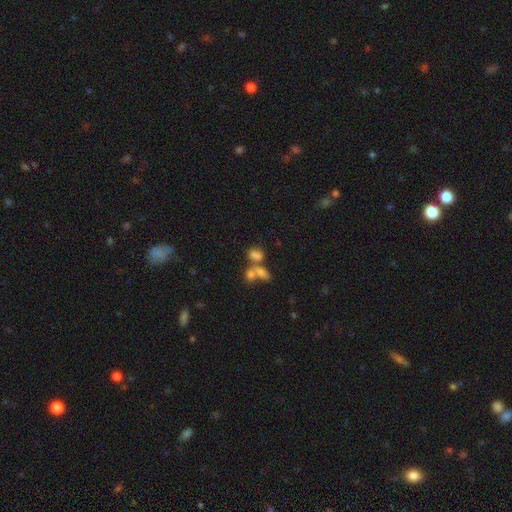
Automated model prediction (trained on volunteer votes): smooth 67%, featured or disk 18%, star or artifact 15%. Down the decision tree: how rounded — in between (78%); merging — merger (58%).